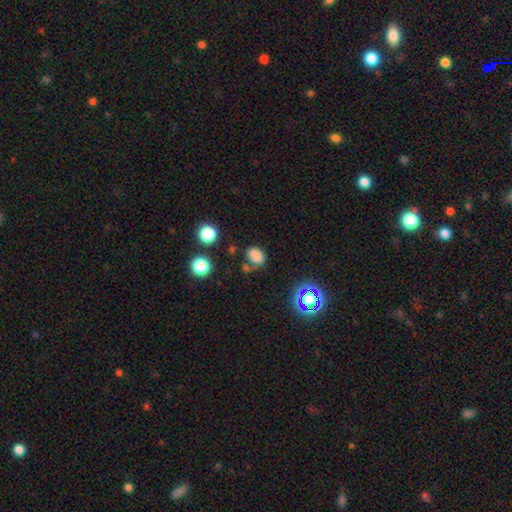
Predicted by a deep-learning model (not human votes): This appears to be a smooth galaxy with no disk features (79%) that is in between round and cigar-shaped (73%). Merging: none (70%).